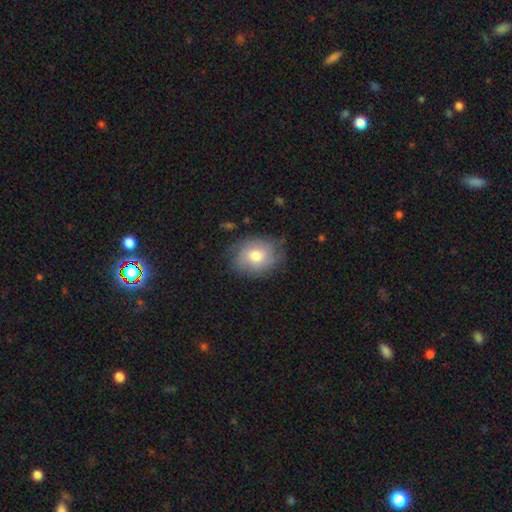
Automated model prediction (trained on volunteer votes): Q: Smooth or featured?
A: smooth (68%); runner-up: featured or disk (24%)
Q: How rounded?
A: round (51%); runner-up: in between (48%)
Q: Merging?
A: none (71%); runner-up: minor disturbance (22%)